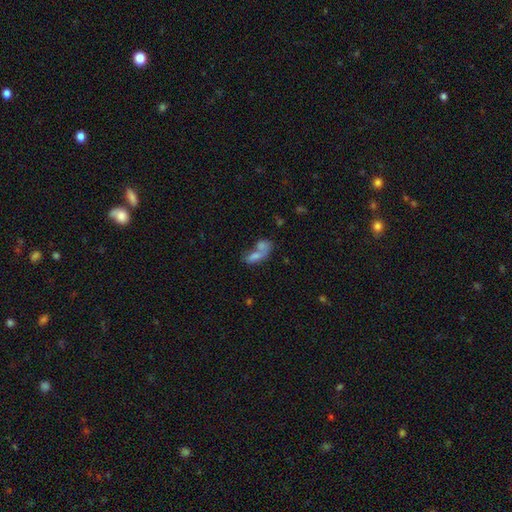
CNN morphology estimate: This is likely a smooth galaxy (65%). How rounded: likely in between (78%). Merging: likely merger (64%).